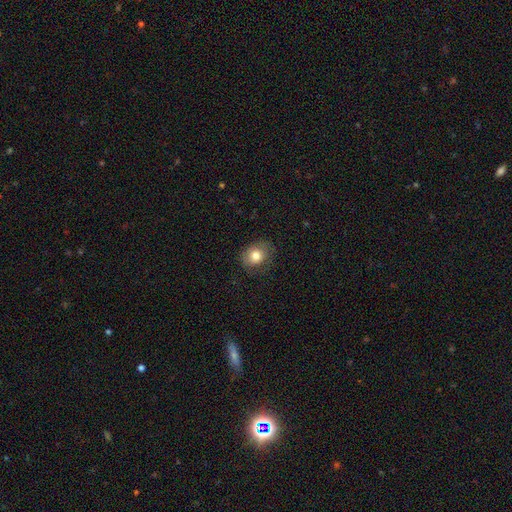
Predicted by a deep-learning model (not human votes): Morphology: type=smooth (79%); roundness=round (58%); merging=none (76%).